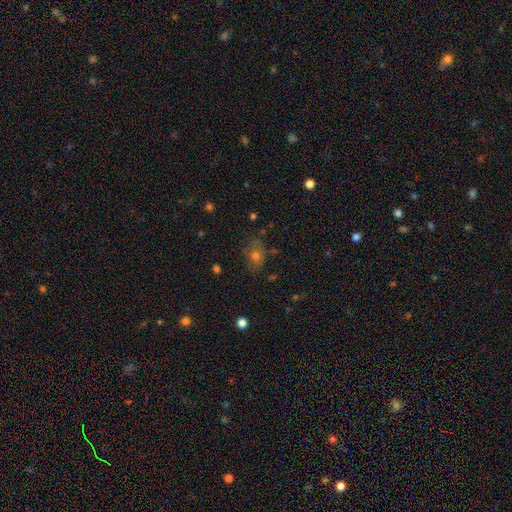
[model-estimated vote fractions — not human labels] This is likely a smooth galaxy (61%). How rounded: possibly in between (59%). Merging: likely none (71%).